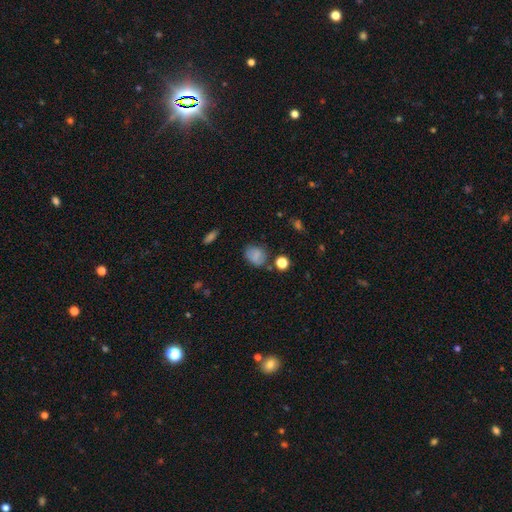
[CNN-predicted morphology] Smooth or featured? Predicted: smooth (p=0.78). How rounded? Predicted: in between (p=0.51). Merging? Predicted: none (p=0.68).